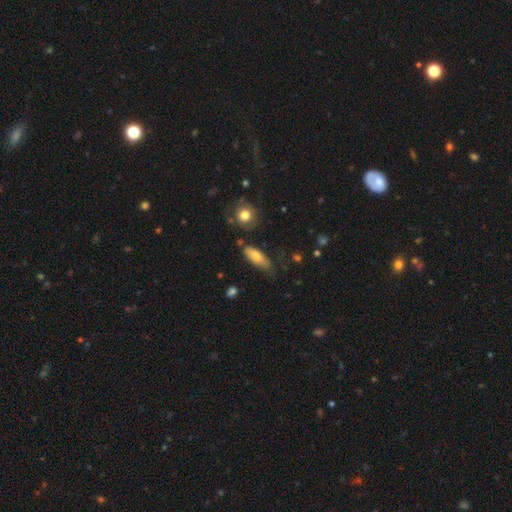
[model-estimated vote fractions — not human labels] Smooth or featured? smooth (73%)
How rounded? in between (67%)
Merging? none (57%)